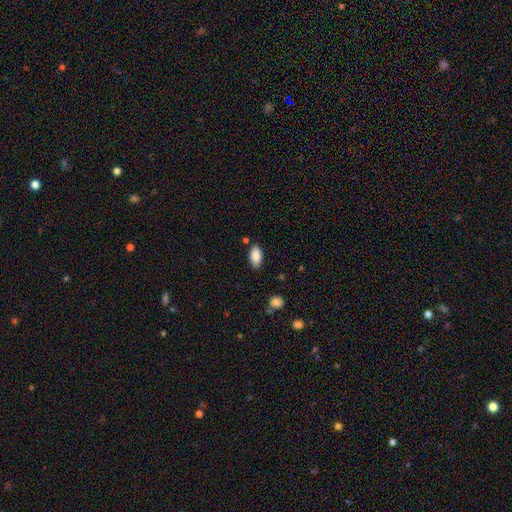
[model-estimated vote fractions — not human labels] A smooth galaxy with no disk features (87%) that is in between round and cigar-shaped (91%).

Vote fractions:
- Smooth or featured? smooth: 87% / star or artifact: 7% / featured or disk: 6%
- How rounded? in between: 91% / cigar-shaped: 6% / round: 3%
- Merging? none: 79% / minor disturbance: 15% / merger: 3% / major disturbance: 3%